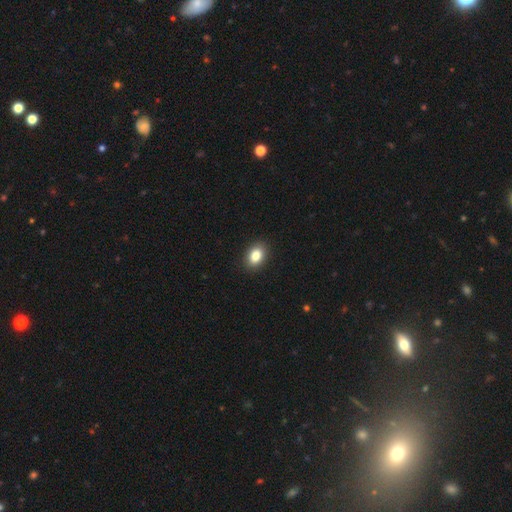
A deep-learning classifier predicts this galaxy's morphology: Smooth or featured: smooth — 85% (star or artifact — 8%)
How rounded: in between — 80% (round — 19%)
Merging: none — 90% (minor disturbance — 7%)